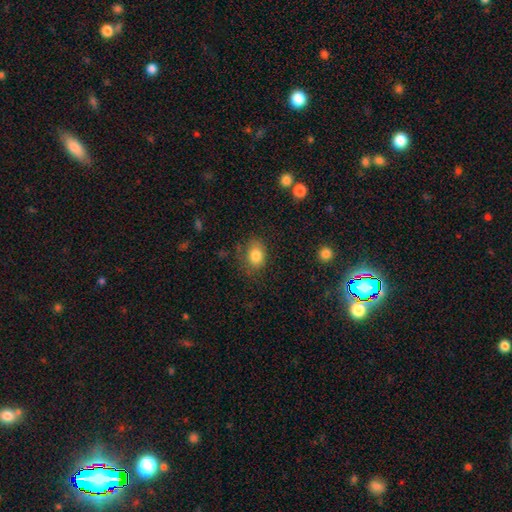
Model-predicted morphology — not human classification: smooth 83%, star or artifact 9%, featured or disk 8%. Down the decision tree: how rounded — in between (66%); merging — none (70%).